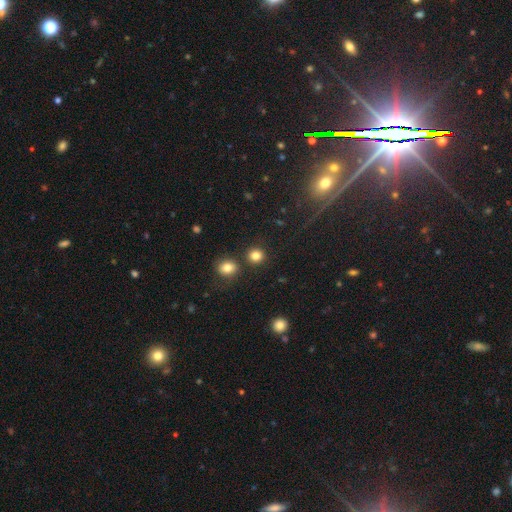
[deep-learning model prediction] Smooth or featured? smooth (83%)
How rounded? round (85%)
Merging? none (82%)